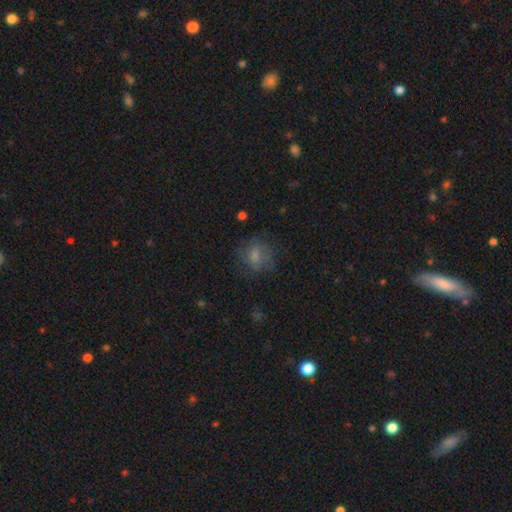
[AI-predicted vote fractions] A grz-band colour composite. It shows a smooth galaxy with no disk features (63%) that is round (69%). Merging: none (64%).